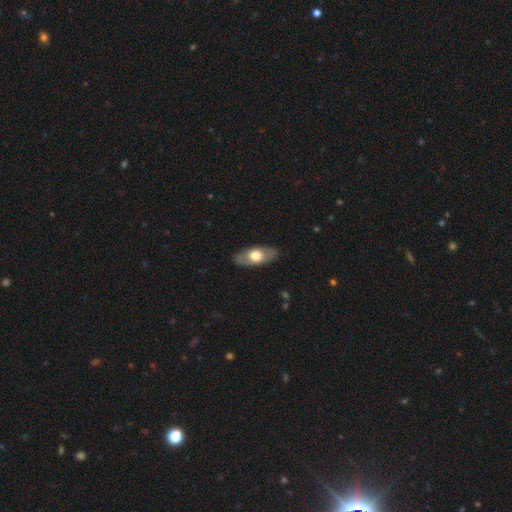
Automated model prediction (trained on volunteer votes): This is possibly a smooth galaxy (56%). How rounded: clearly in between (85%). Merging: clearly none (85%).